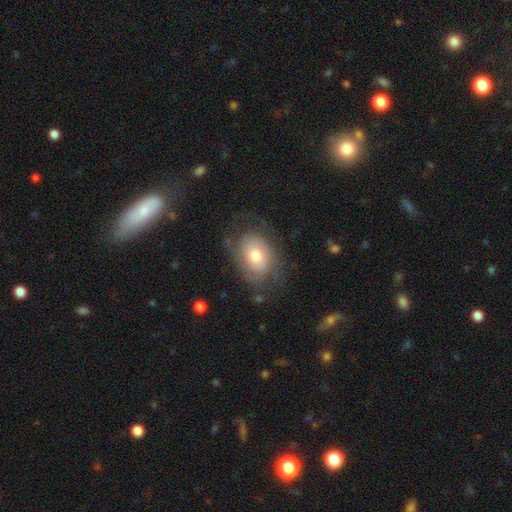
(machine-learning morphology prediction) type=featured or disk (53%); edge-on=no (95%); bar=no (80%); spiral arms=yes (74%); bulge=moderate (68%); merging=none (62%).